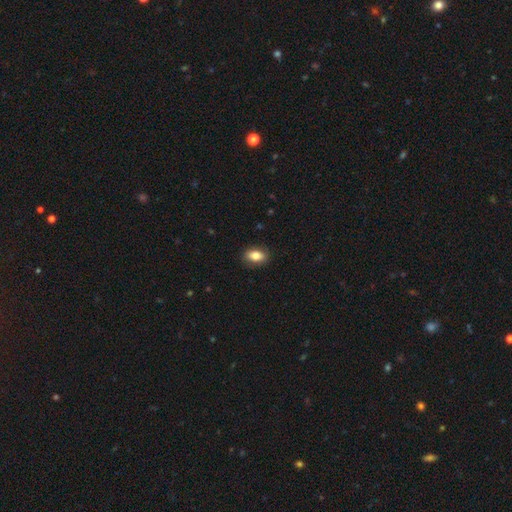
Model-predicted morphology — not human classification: The model was most divided on "smooth or featured": smooth: 82%, featured or disk: 10%, star or artifact: 8%. More confident: merging — none (87%); how rounded — in between (85%).